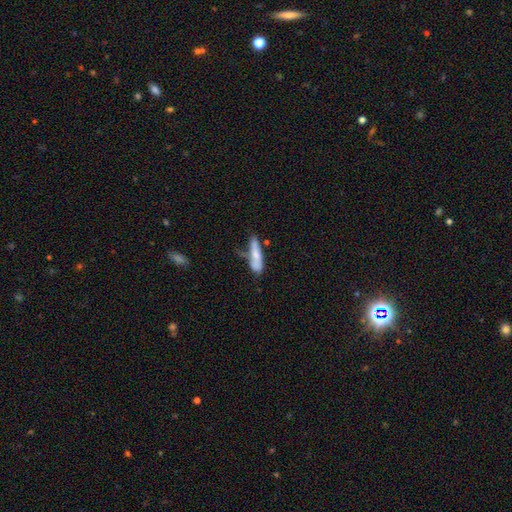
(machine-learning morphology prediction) Smooth or featured? smooth (66%)
How rounded? cigar-shaped (66%)
Merging? none (41%)